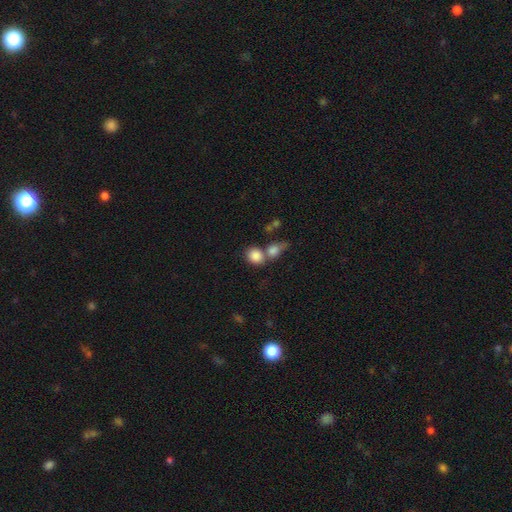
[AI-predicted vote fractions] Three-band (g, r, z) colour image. It shows a smooth galaxy with no disk features (85%) that is round (67%). Merging: none (43%).